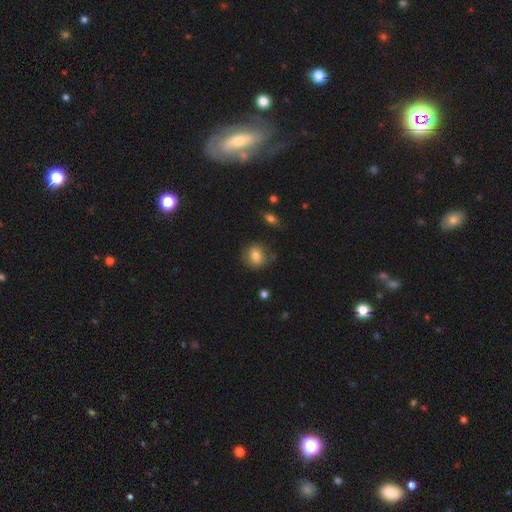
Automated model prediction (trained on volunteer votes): smooth-or-featured: smooth: 77% | featured or disk: 13% | star or artifact: 9%
  how-rounded: round: 70% | in between: 28% | cigar-shaped: 1%
  merging: none: 70% | minor disturbance: 20% | major disturbance: 7% | merger: 3%